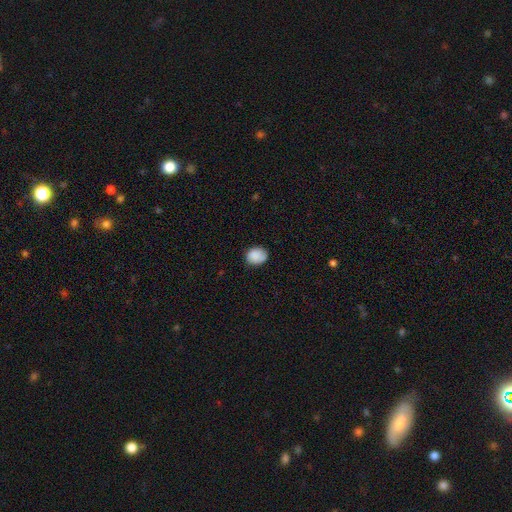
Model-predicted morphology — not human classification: This is clearly a smooth galaxy (88%). How rounded: possibly round (52%). Merging: likely none (78%).